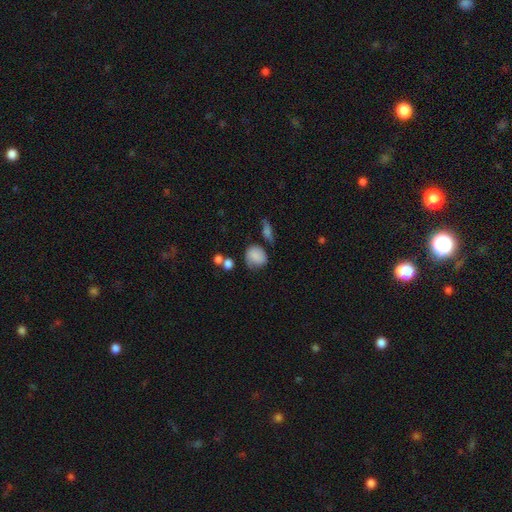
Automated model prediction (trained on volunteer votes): smooth 73%, featured or disk 17%, star or artifact 10%. Down the decision tree: how rounded — round (71%); merging — none (55%).